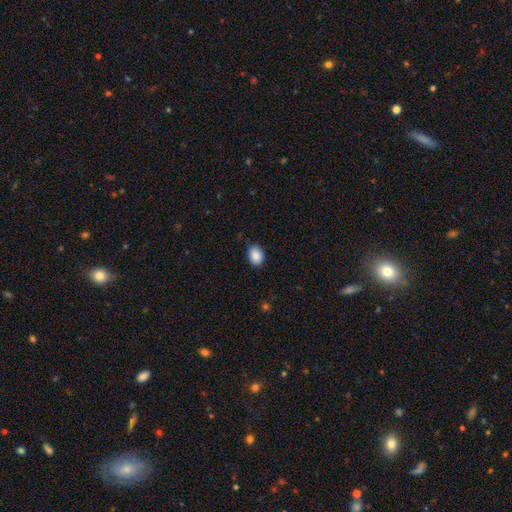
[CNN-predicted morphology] This appears to be a smooth galaxy with no disk features (89%) that is in between round and cigar-shaped (69%). Merging: none (88%).